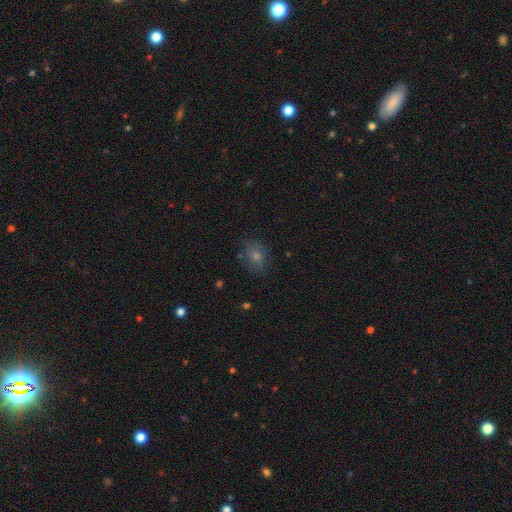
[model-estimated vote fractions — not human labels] A smooth galaxy with no disk features (63%) that is round (54%). Merging: none (81%).